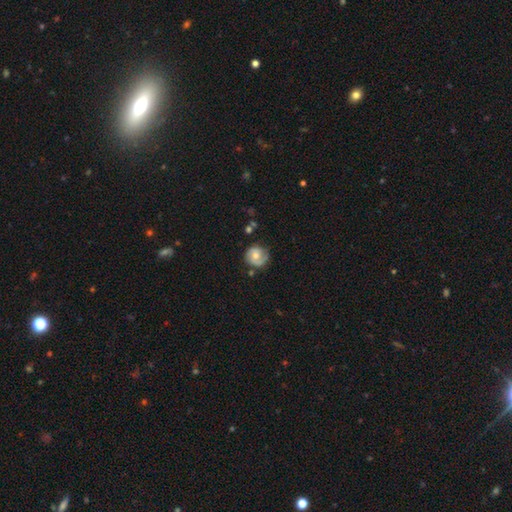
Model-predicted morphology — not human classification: A featured or disk galaxy (60%) with no bar (64%), 2 (63%) tight (47%) spiral arms (87%) and a moderate central bulge (60%).

Vote fractions:
- Smooth or featured? featured or disk: 60% / smooth: 33% / star or artifact: 7%
- Edge-on disk? no: 98% / yes: 2%
- Bar? no: 64% / weak: 31% / strong: 5%
- Spiral arms? yes: 87% / no: 13%
- Spiral winding? tight: 47% / medium: 38% / loose: 15%
- Spiral arm count? 2: 63% / 1: 20% / can't tell: 12% / 3: 2% / 4: 1% / more than 4: 1%
- Bulge size? moderate: 60% / small: 32% / large: 4% / none: 3% / dominant: 1%
- Merging? none: 69% / minor disturbance: 21% / major disturbance: 7% / merger: 3%